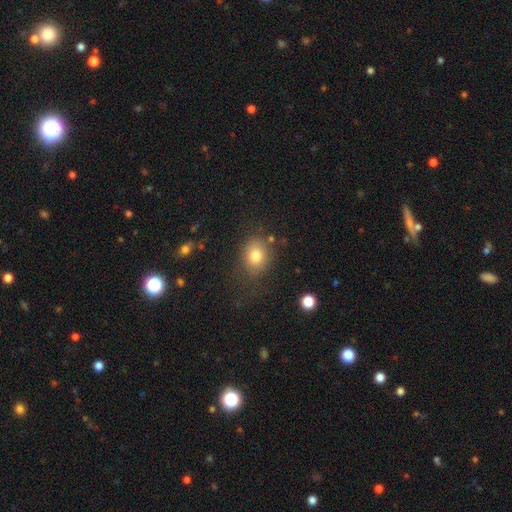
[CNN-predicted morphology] Smooth or featured: smooth — 79% (star or artifact — 11%)
How rounded: in between — 50% (round — 49%)
Merging: none — 74% (minor disturbance — 17%)